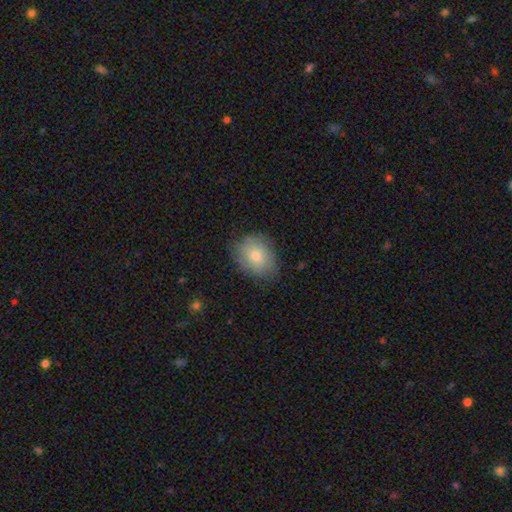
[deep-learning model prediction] Smooth or featured?
  - smooth: 72% *
  - featured or disk: 20%
  - star or artifact: 8%
How rounded?
  - in between: 56% *
  - round: 42%
  - cigar-shaped: 1%
Merging?
  - none: 75% *
  - minor disturbance: 19%
  - major disturbance: 4%
  - merger: 1%